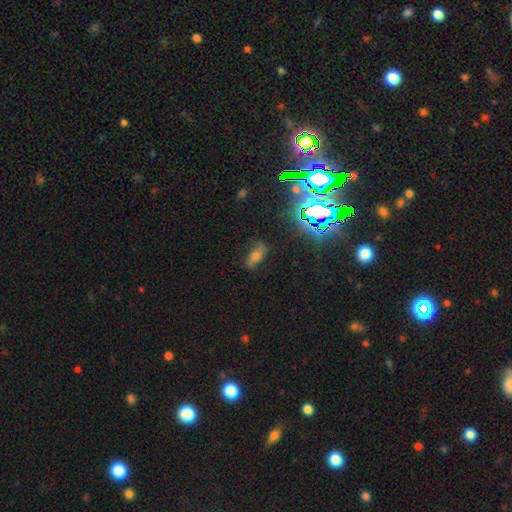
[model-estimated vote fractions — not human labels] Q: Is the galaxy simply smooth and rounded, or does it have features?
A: smooth — 47%.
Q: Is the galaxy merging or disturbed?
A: none — 76%.